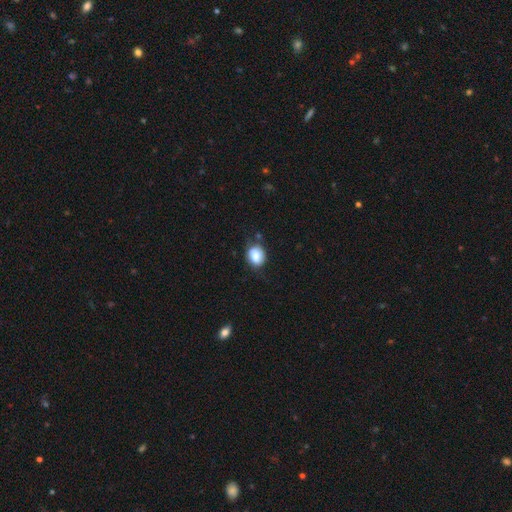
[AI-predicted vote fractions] Smooth or featured?
  - smooth: 78% *
  - featured or disk: 14%
  - star or artifact: 9%
How rounded?
  - round: 52% *
  - in between: 47%
  - cigar-shaped: 1%
Merging?
  - none: 67% *
  - minor disturbance: 23%
  - major disturbance: 6%
  - merger: 4%